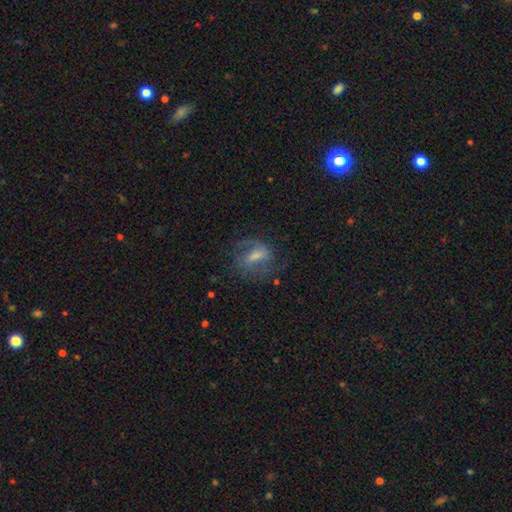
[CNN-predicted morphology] Smooth or featured? Predicted: featured or disk (p=0.65). Edge-on disk? Predicted: no (p=0.95). Bar? Predicted: weak (p=0.49). Spiral arms? Predicted: yes (p=0.85). Spiral winding? Predicted: medium (p=0.50). Spiral arm count? Predicted: 2 (p=0.70). Bulge size? Predicted: moderate (p=0.39). Merging? Predicted: none (p=0.60).